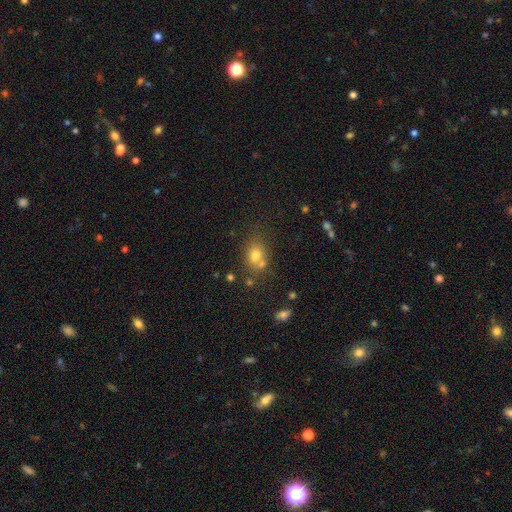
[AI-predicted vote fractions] A smooth galaxy with no disk features (70%) that is round (51%).

Vote fractions:
- Smooth or featured? smooth: 70% / star or artifact: 17% / featured or disk: 13%
- How rounded? round: 51% / in between: 48% / cigar-shaped: 2%
- Merging? none: 54% / merger: 27% / minor disturbance: 13% / major disturbance: 5%